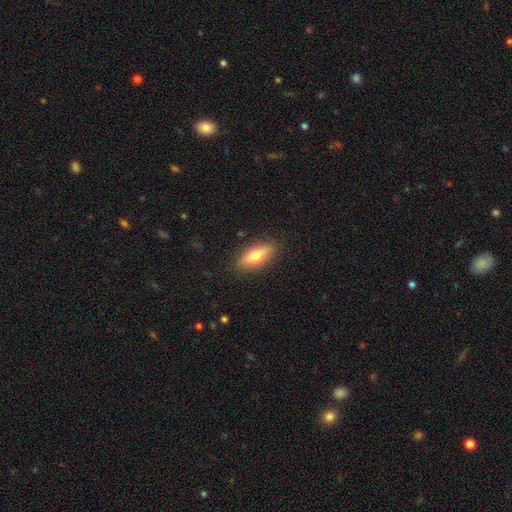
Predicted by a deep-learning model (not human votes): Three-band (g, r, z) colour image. It shows a smooth galaxy with no disk features (66%) that is in between round and cigar-shaped (69%). Merging: none (87%).